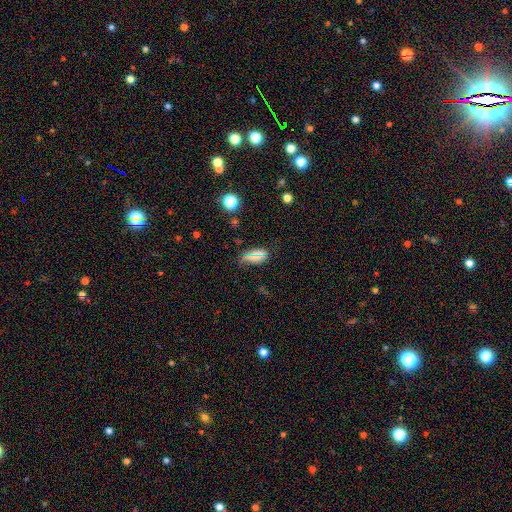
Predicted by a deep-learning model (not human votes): smooth_or_featured: smooth (p=0.60) [alt: star or artifact p=0.27]
how_rounded: in between (p=0.79) [alt: cigar-shaped p=0.13]
merging: none (p=0.72) [alt: minor disturbance p=0.18]